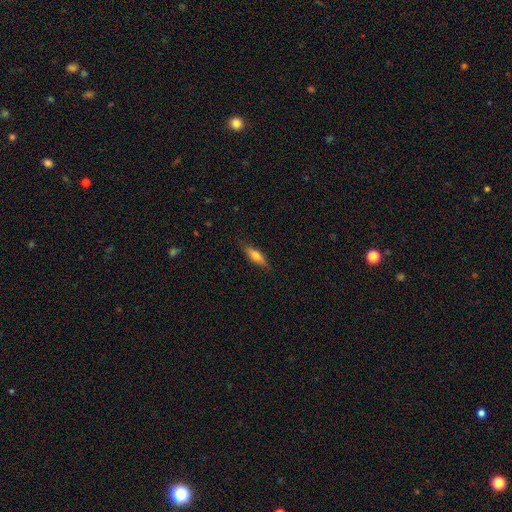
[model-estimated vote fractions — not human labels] smooth_or_featured: smooth (p=0.52) [alt: featured or disk p=0.42]
how_rounded: cigar-shaped (p=0.59) [alt: in between p=0.38]
merging: none (p=0.83) [alt: minor disturbance p=0.13]